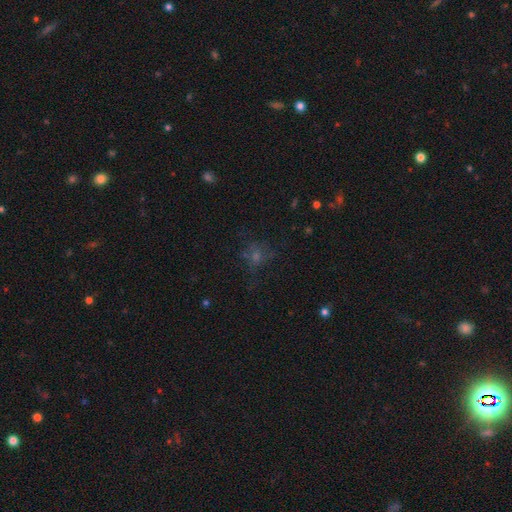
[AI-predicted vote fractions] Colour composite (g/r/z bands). It shows a star or artifact, not a galaxy (41%).